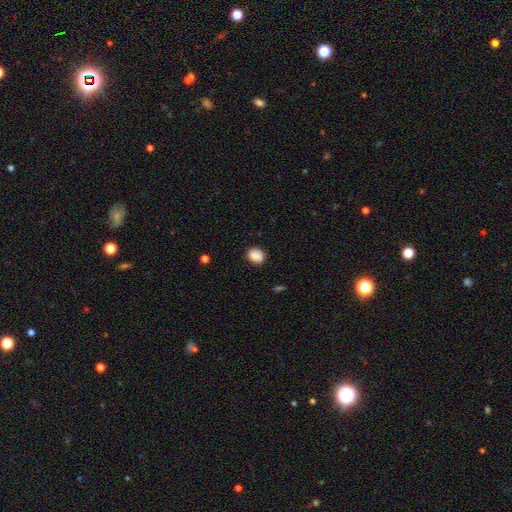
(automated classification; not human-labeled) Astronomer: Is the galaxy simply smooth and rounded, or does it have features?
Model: smooth — 88%.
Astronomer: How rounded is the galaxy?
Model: in between — 53% (runner-up: round, 46%).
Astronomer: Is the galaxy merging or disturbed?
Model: none — 84%.